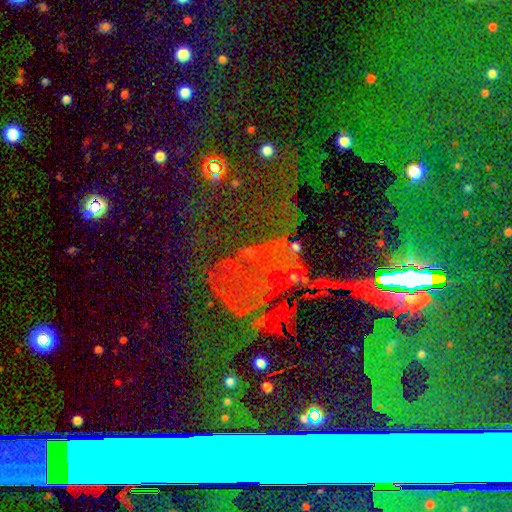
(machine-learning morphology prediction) The model was most divided on "smooth or featured": star or artifact: 65%, featured or disk: 19%, smooth: 15%.